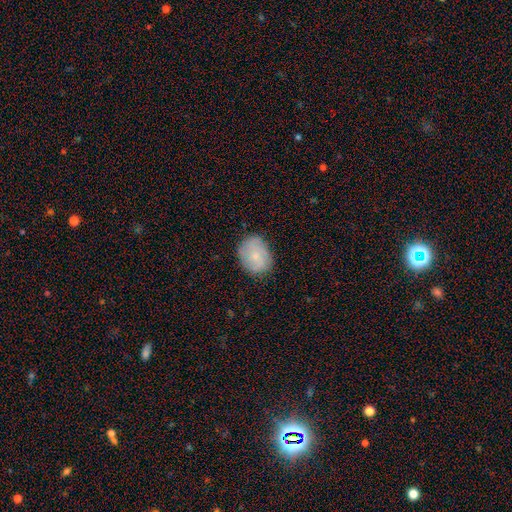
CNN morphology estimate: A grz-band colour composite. It shows a smooth galaxy with no disk features (59%) that is round (51%). Merging: none (78%).